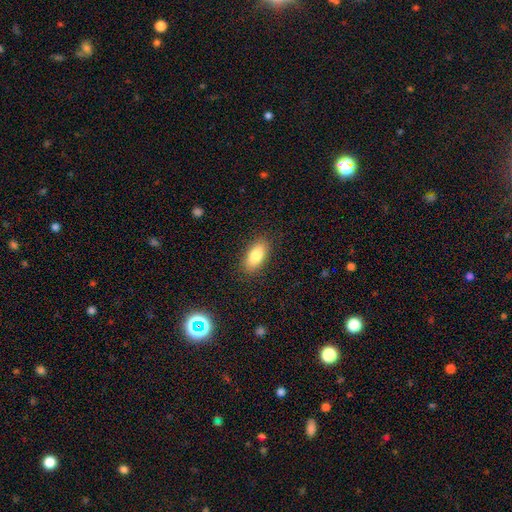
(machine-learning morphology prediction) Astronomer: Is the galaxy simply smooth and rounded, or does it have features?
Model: smooth — 83%.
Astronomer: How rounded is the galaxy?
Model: in between — 89%.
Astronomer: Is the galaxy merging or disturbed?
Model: none — 87%.